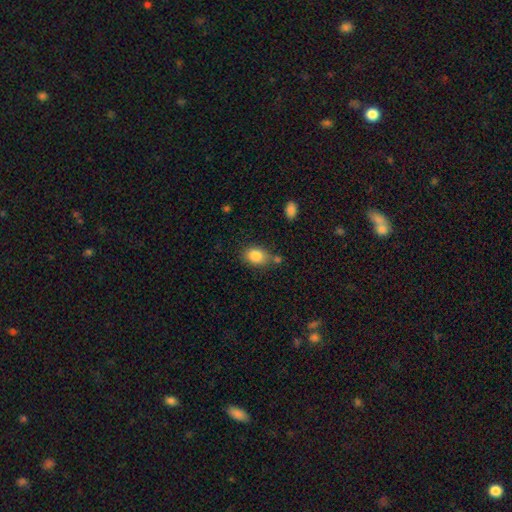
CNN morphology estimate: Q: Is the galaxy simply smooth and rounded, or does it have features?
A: smooth — 85%.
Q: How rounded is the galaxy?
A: in between — 70%.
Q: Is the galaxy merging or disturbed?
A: none — 66%.